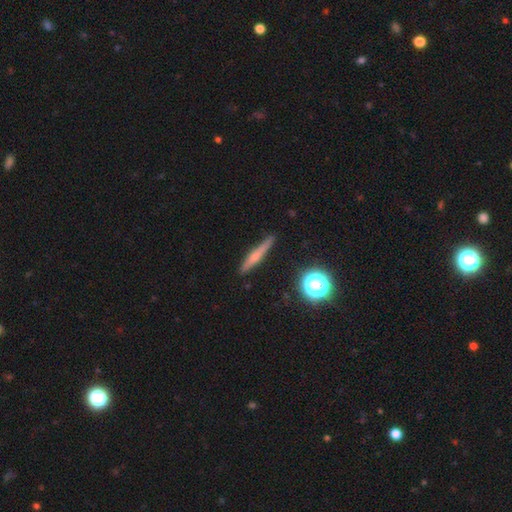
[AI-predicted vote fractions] Smooth or featured? featured or disk (45%, tied with smooth)
Merging? none (87%)